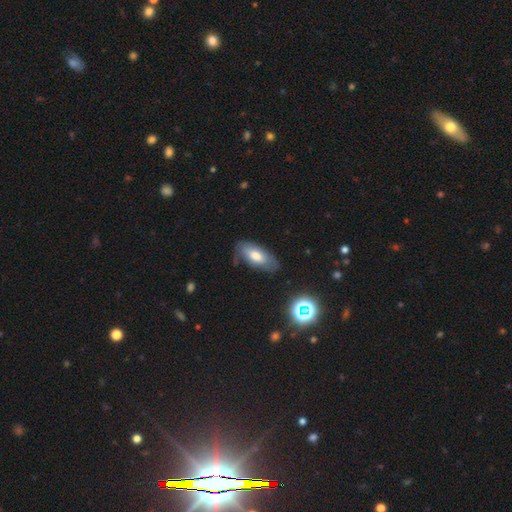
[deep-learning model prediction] This is likely a smooth galaxy (67%). How rounded: clearly in between (86%). Merging: likely none (70%).